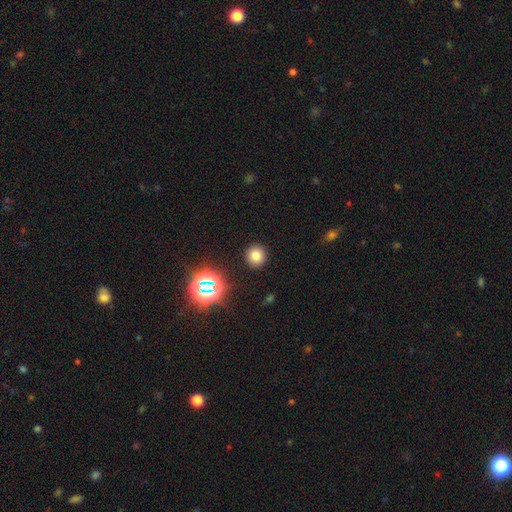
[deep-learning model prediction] Overall: smooth (74%). How rounded: round (92%). Merging: none (91%).